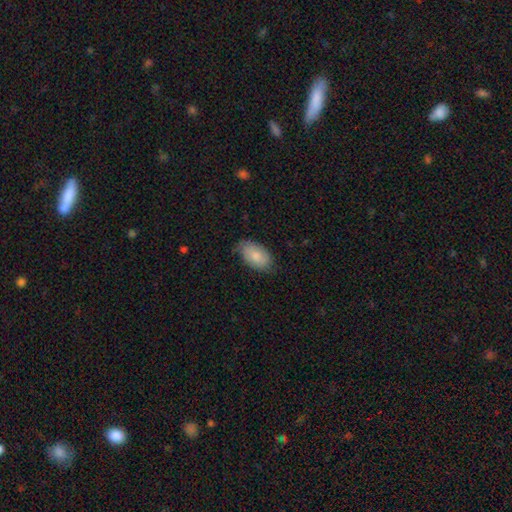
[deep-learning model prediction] This appears to be a smooth galaxy with no disk features (79%) that is in between round and cigar-shaped (94%). Merging: none (71%).